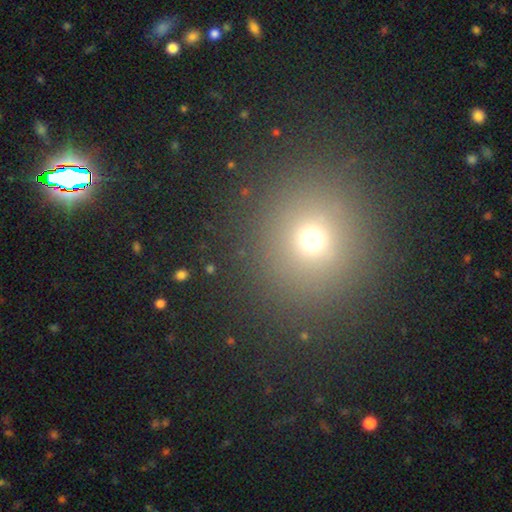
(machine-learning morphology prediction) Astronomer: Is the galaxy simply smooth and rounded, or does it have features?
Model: smooth — 62%.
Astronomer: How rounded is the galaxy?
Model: round — 89%.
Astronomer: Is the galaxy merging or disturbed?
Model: none — 91%.